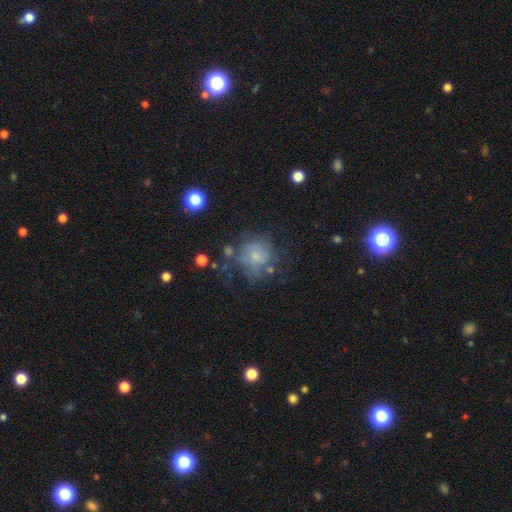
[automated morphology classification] Smooth or featured? smooth (52%)
How rounded? round (79%)
Merging? none (45%)